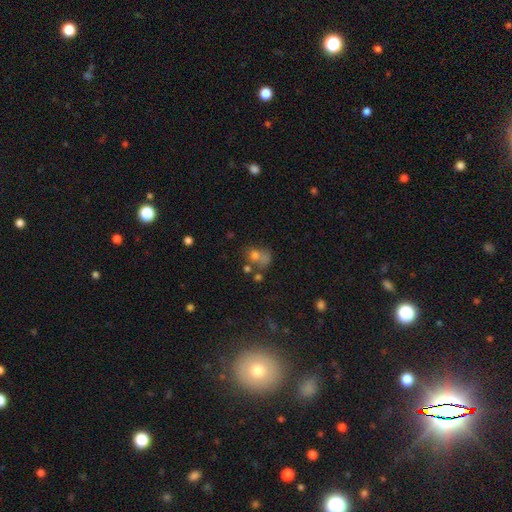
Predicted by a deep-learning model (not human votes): Smooth or featured? smooth (62%)
How rounded? round (52%)
Merging? none (35%)